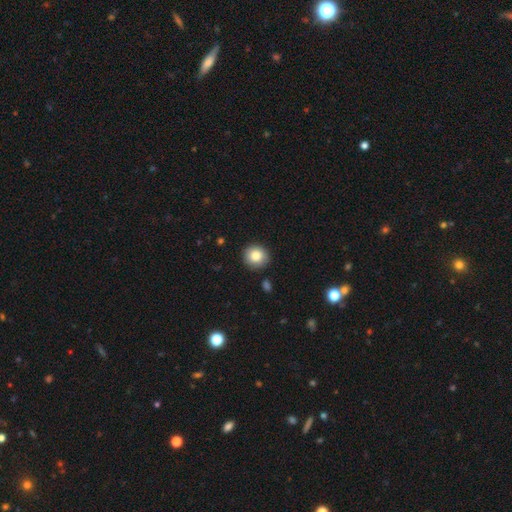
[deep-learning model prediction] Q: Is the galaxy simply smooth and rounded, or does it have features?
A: smooth — 84%.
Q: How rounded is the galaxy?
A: round — 90%.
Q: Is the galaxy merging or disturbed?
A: none — 89%.